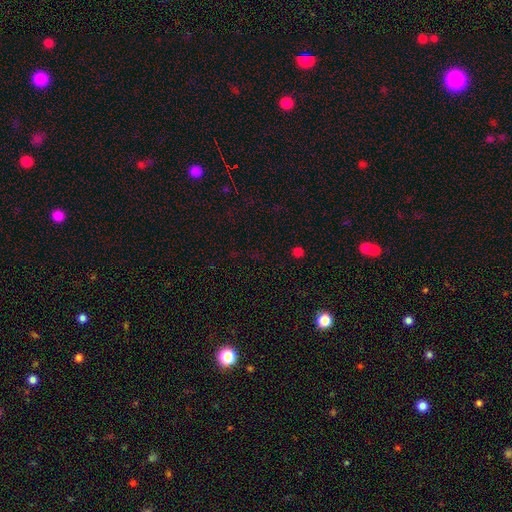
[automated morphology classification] type=star or artifact (64%).